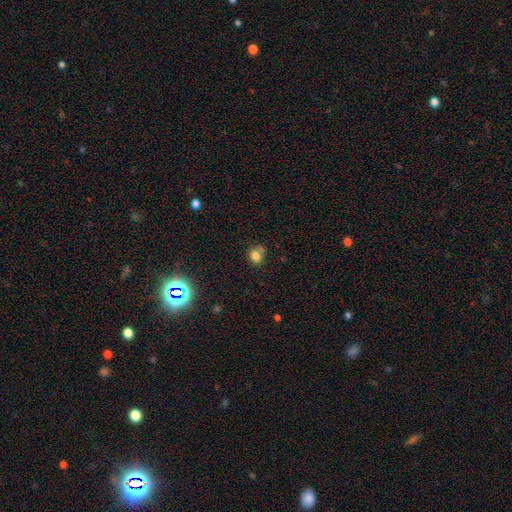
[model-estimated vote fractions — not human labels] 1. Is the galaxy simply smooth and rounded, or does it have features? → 76% smooth, 15% star or artifact, 9% featured or disk.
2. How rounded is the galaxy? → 69% round, 30% in between, 1% cigar-shaped.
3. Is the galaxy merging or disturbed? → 59% none, 18% minor disturbance, 16% merger, 6% major disturbance.